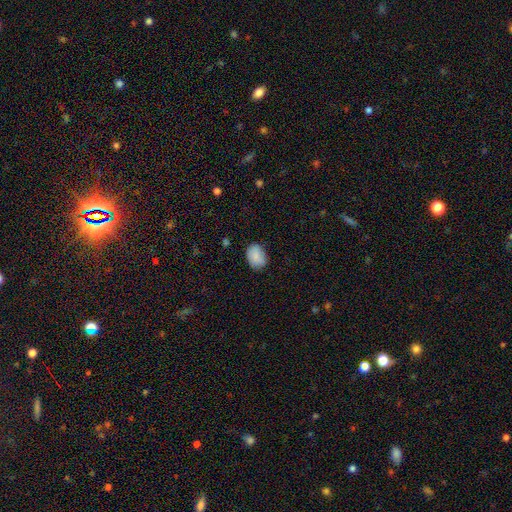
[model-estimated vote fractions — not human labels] Smooth or featured? Predicted: smooth (p=0.85). How rounded? Predicted: in between (p=0.72). Merging? Predicted: none (p=0.74).